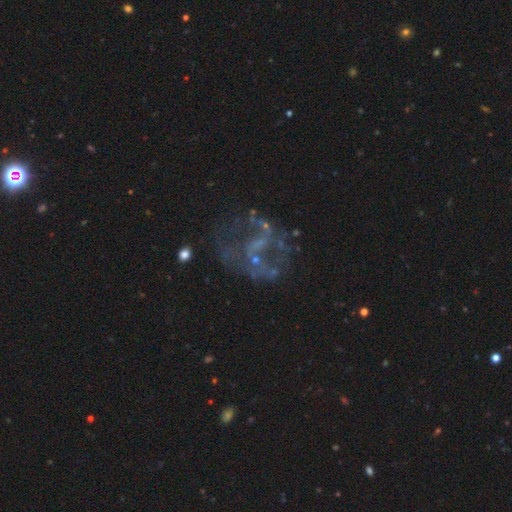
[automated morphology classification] This is likely a featured or disk galaxy (70%). It is clearly not viewed edge-on (98%). Bar: likely no (61%). Spiral arm pattern: possibly no (54%). Central bulge: possibly none (55%). Merging: possibly none (50%).